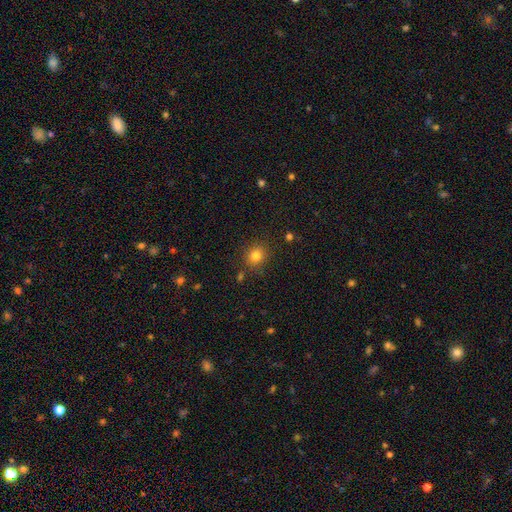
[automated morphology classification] type=smooth (81%); roundness=round (84%); merging=none (86%).